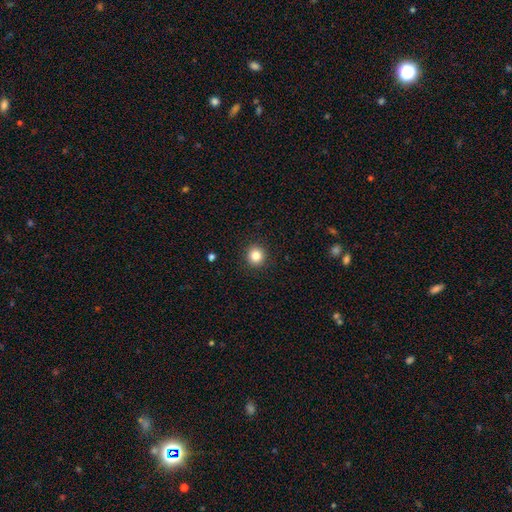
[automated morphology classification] A smooth galaxy with no disk features (83%) that is round (93%).

Vote fractions:
- Smooth or featured? smooth: 83% / star or artifact: 11% / featured or disk: 6%
- How rounded? round: 93% / in between: 6% / cigar-shaped: 1%
- Merging? none: 92% / minor disturbance: 5% / major disturbance: 2% / merger: 1%